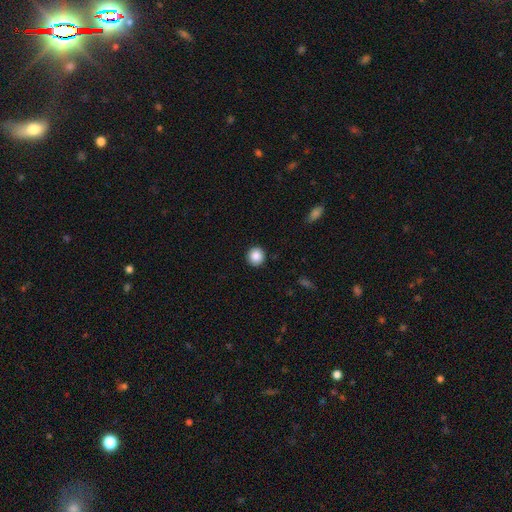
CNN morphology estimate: This is clearly a smooth galaxy (87%). How rounded: clearly round (94%). Merging: clearly none (92%).